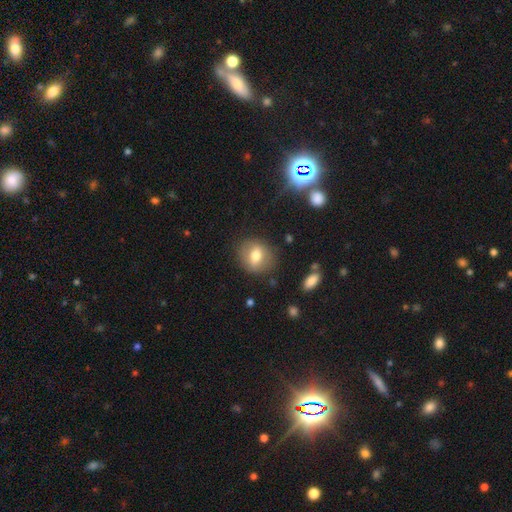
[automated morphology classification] Smooth or featured: smooth — 66% (featured or disk — 25%)
How rounded: round — 65% (in between — 33%)
Merging: none — 82% (minor disturbance — 12%)